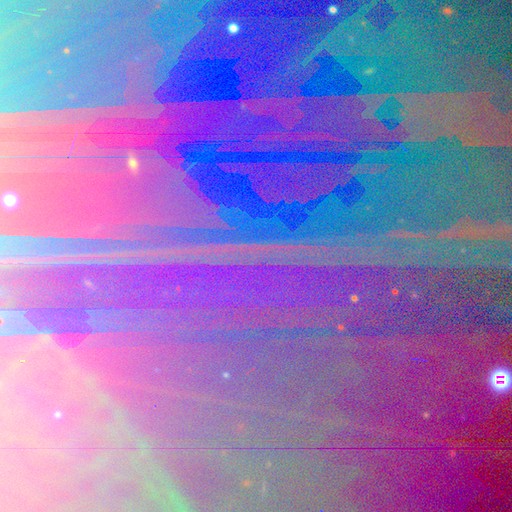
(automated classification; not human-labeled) star or artifact 89%, featured or disk 6%, smooth 5%.